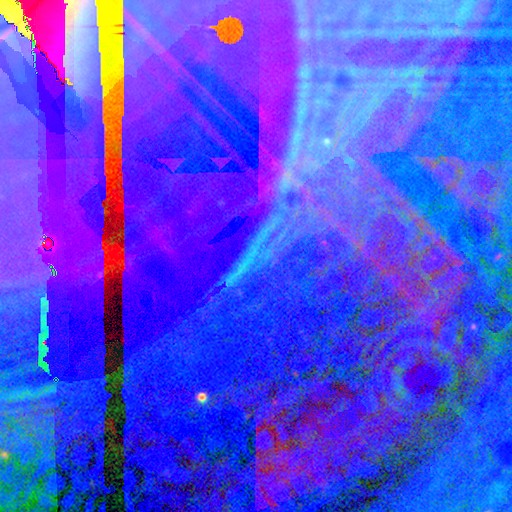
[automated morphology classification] Smooth or featured? Predicted: star or artifact (p=0.87).